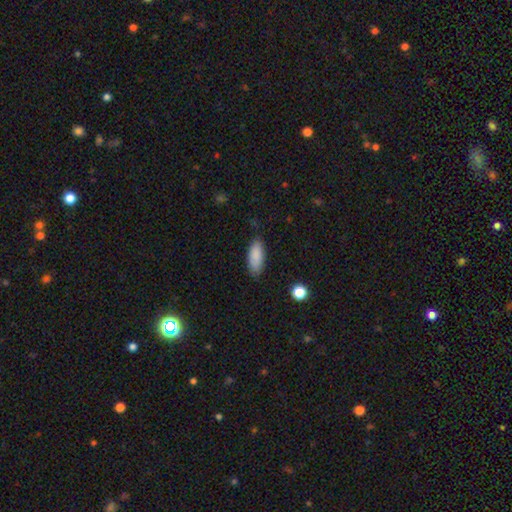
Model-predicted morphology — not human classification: Smooth or featured: smooth — 88% (star or artifact — 7%)
How rounded: in between — 80% (cigar-shaped — 19%)
Merging: none — 81% (minor disturbance — 15%)